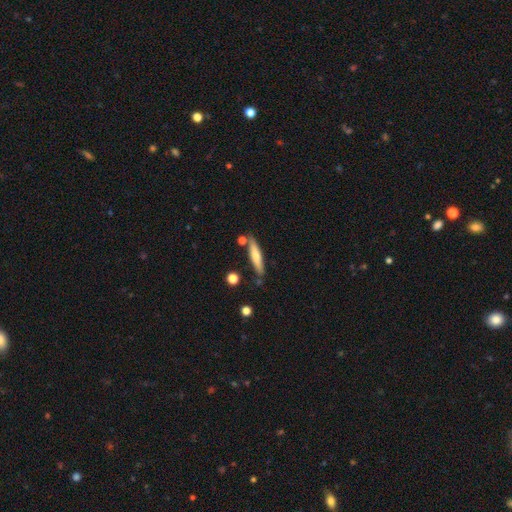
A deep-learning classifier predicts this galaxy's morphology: smooth 59%, featured or disk 35%, star or artifact 6%. Down the decision tree: how rounded — cigar-shaped (86%); merging — none (79%).